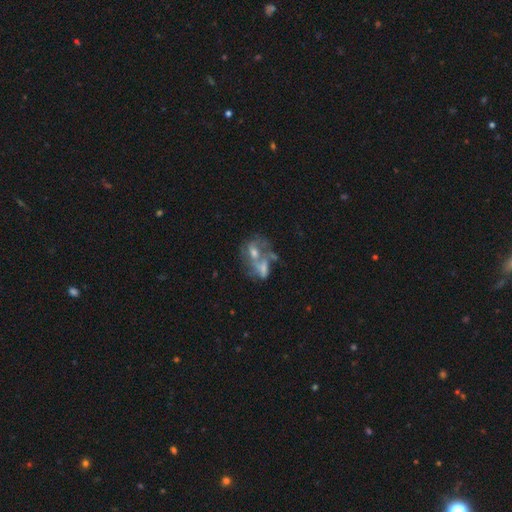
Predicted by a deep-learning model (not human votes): This is possibly a featured or disk galaxy (60%). It is clearly not viewed edge-on (96%). Bar: likely no (71%). Spiral arm pattern: likely no (70%). Central bulge: marginally moderate (44%). Merging: possibly merger (52%).